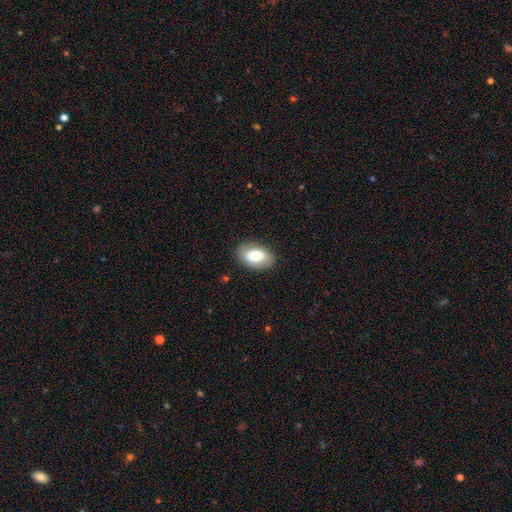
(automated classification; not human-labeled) smooth-or-featured: smooth: 72% | featured or disk: 22% | star or artifact: 7%
  how-rounded: in between: 90% | round: 9% | cigar-shaped: 1%
  merging: none: 84% | minor disturbance: 11% | major disturbance: 3% | merger: 1%